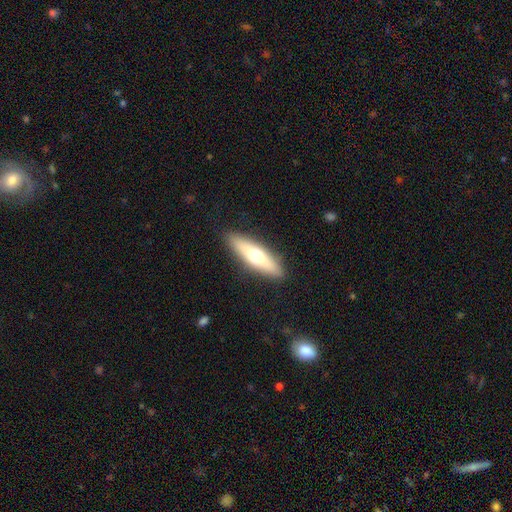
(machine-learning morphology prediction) Smooth or featured: smooth — 54% (featured or disk — 40%)
How rounded: cigar-shaped — 65% (in between — 33%)
Merging: none — 89% (minor disturbance — 8%)